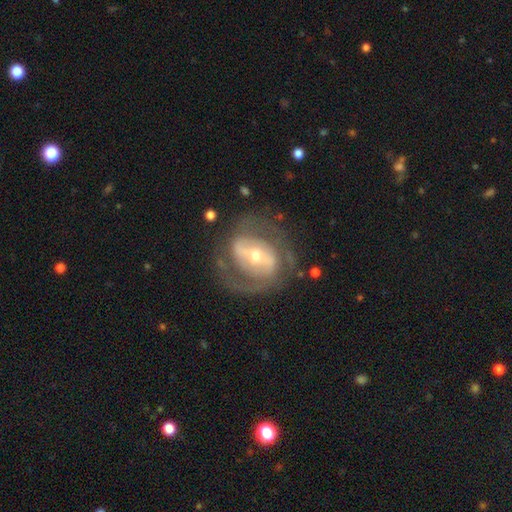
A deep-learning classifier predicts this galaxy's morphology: The model was most divided on "spiral winding": medium: 47%, tight: 35%, loose: 18%. Remaining: edge-on disk — no (96%); spiral arms — yes (85%); smooth or featured — featured or disk (84%); spiral arm count — 2 (74%); merging — none (69%); bulge size — moderate (54%); bar — strong (48%).